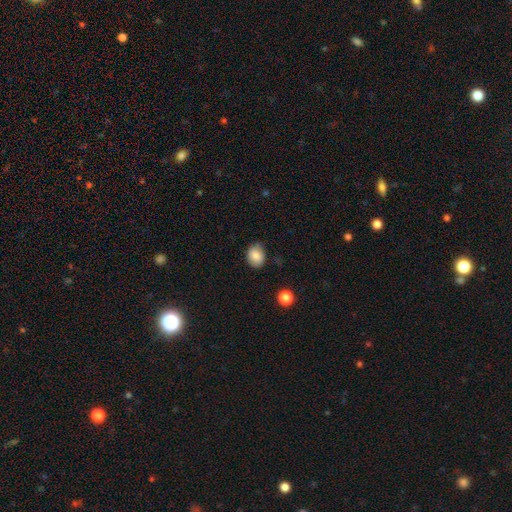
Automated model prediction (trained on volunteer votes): smooth_or_featured: smooth (p=0.84) [alt: star or artifact p=0.09]
how_rounded: in between (p=0.57) [alt: round p=0.42]
merging: none (p=0.71) [alt: minor disturbance p=0.24]